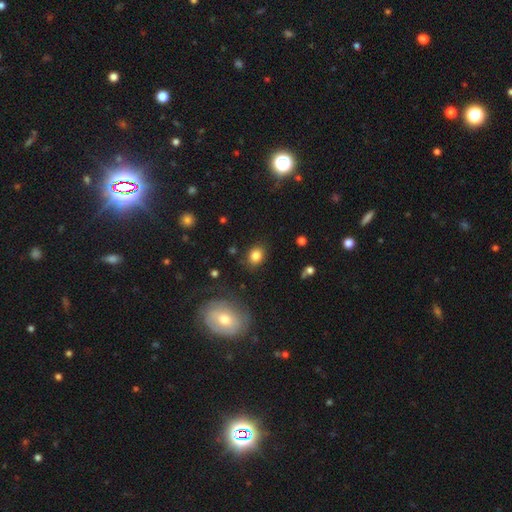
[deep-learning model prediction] Morphology: type=smooth (83%); roundness=in between (53%); merging=none (85%).